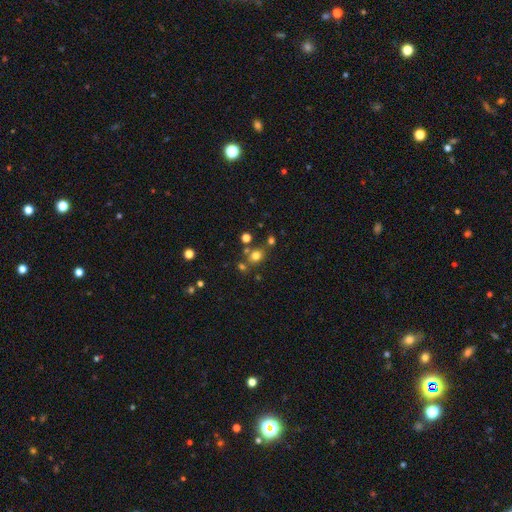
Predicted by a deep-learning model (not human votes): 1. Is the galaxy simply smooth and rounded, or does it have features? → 72% smooth, 19% star or artifact, 9% featured or disk.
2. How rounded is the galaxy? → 66% round, 33% in between, 1% cigar-shaped.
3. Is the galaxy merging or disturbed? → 69% none, 16% merger, 11% minor disturbance, 4% major disturbance.